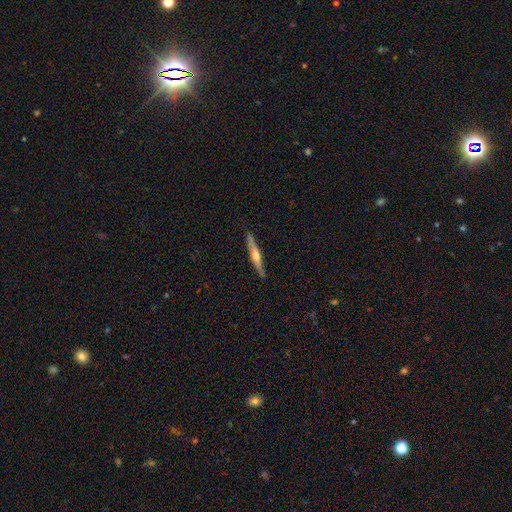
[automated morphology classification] type=featured or disk (67%); edge-on=yes (97%); edge-on bulge=rounded (87%); merging=none (89%).